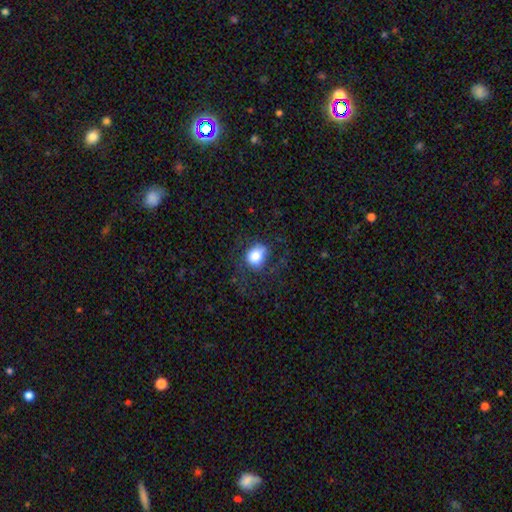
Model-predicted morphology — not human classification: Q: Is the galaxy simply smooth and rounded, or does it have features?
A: smooth — 78%.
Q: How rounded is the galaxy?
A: round — 59%.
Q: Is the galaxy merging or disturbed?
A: none — 58%.